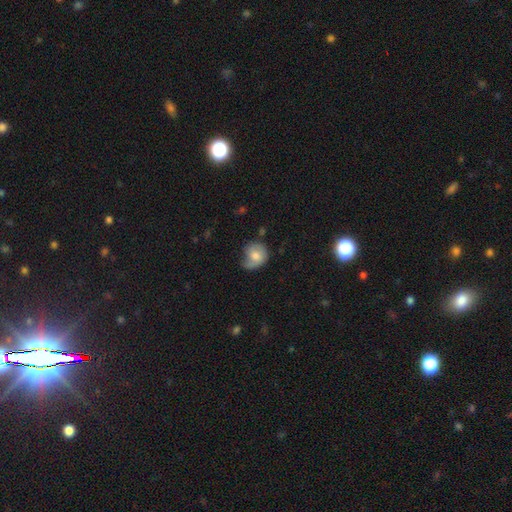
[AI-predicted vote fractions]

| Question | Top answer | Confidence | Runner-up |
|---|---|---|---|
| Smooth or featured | smooth | 62% | featured or disk (31%) |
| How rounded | round | 72% | in between (27%) |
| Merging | none | 43% | minor disturbance (35%) |